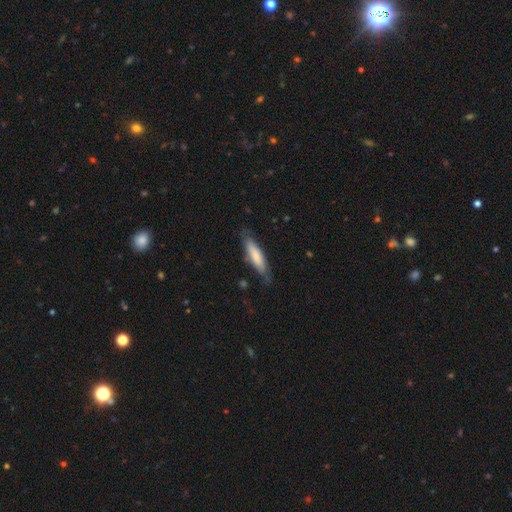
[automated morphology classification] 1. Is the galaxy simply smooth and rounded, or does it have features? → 71% smooth, 24% featured or disk, 5% star or artifact.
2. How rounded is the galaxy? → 71% cigar-shaped, 28% in between, 1% round.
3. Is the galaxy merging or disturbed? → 71% none, 22% minor disturbance, 5% major disturbance, 2% merger.